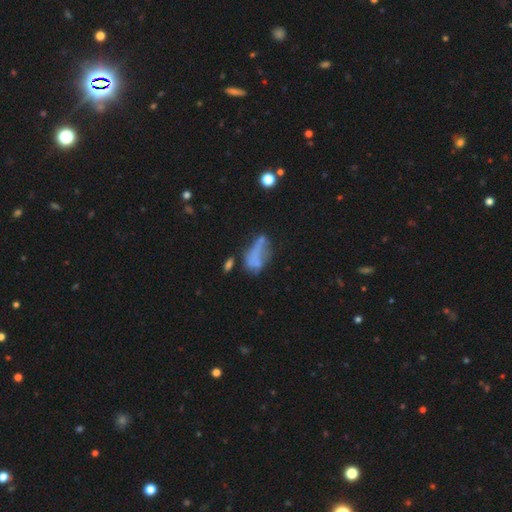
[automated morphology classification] Smooth or featured: smooth — 50% (featured or disk — 35%)
How rounded: in between — 78% (cigar-shaped — 15%)
Merging: major disturbance — 31% (none — 28%)